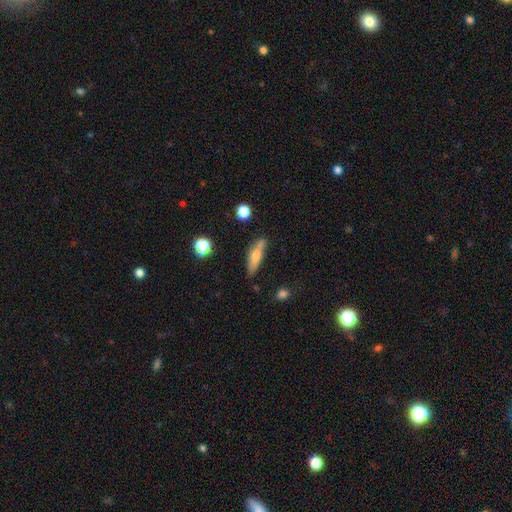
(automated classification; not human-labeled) A smooth galaxy with no disk features (57%) that is cigar-shaped (67%). Merging: none (68%).